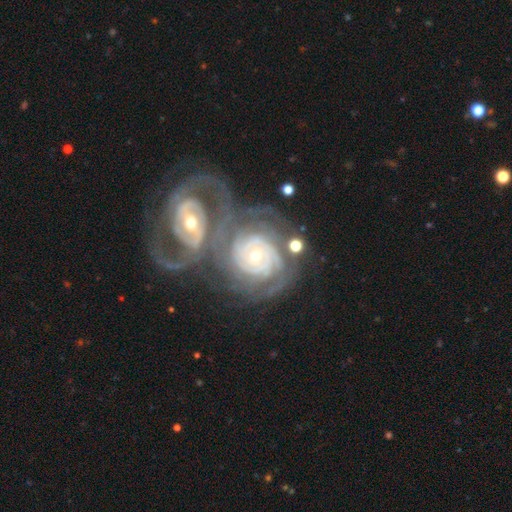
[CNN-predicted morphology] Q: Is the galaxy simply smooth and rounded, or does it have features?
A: featured or disk — 90%.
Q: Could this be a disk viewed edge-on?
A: no — 97%.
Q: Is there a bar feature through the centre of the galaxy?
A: no — 74%.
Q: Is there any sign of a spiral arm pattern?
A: yes — 97%.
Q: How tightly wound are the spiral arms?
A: tight — 79%.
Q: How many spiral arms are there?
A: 2 — 30%.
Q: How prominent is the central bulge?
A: small — 50%.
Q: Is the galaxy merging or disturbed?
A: merger — 62%.